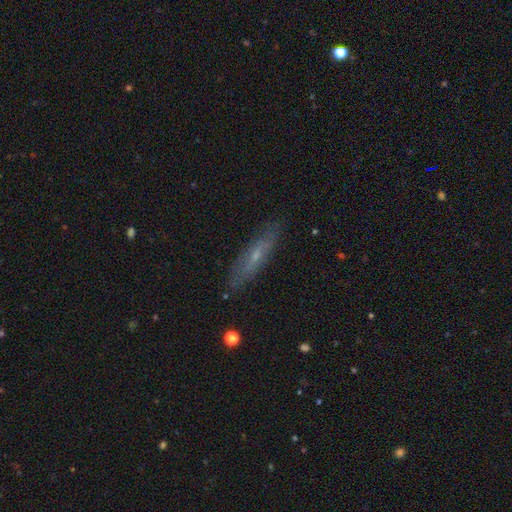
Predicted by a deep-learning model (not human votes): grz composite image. It shows a featured or disk galaxy (51%) viewed edge-on (64%). Merging: none (84%).